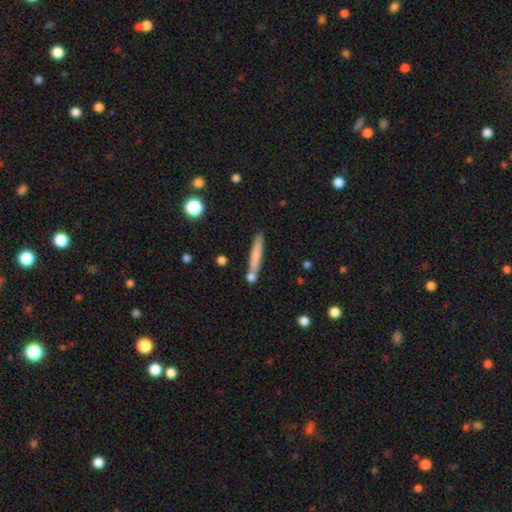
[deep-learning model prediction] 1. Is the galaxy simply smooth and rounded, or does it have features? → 71% smooth, 23% featured or disk, 7% star or artifact.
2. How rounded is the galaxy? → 94% cigar-shaped, 5% in between, 2% round.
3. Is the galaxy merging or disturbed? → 75% none, 12% minor disturbance, 10% merger, 3% major disturbance.